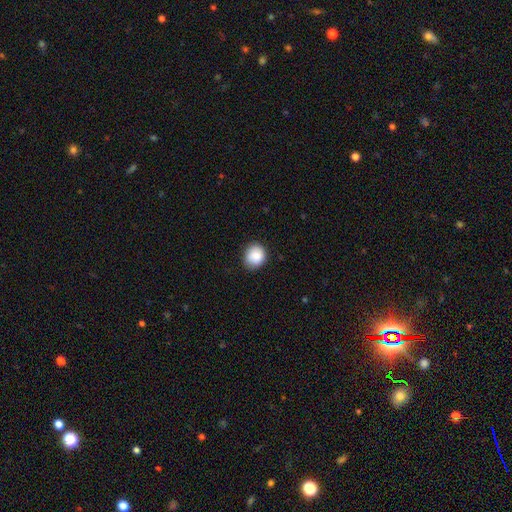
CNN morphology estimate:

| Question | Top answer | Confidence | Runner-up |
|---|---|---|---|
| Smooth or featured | smooth | 87% | star or artifact (8%) |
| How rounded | round | 78% | in between (21%) |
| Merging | none | 81% | minor disturbance (15%) |